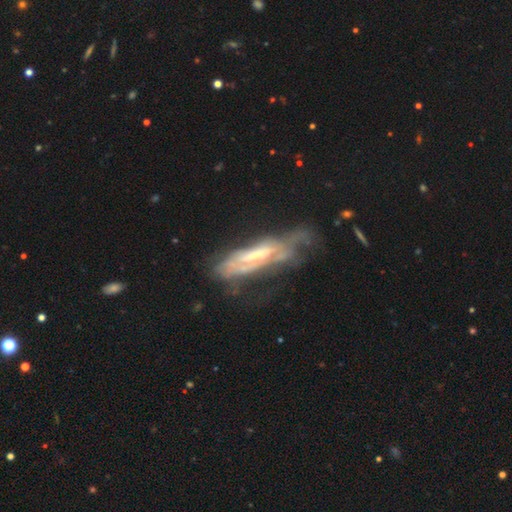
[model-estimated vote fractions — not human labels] smooth-or-featured: featured or disk: 72% | smooth: 19% | star or artifact: 9%
  disk-edge-on: no: 63% | yes: 37%
  merging: none: 35% | major disturbance: 33% | minor disturbance: 26% | merger: 5%